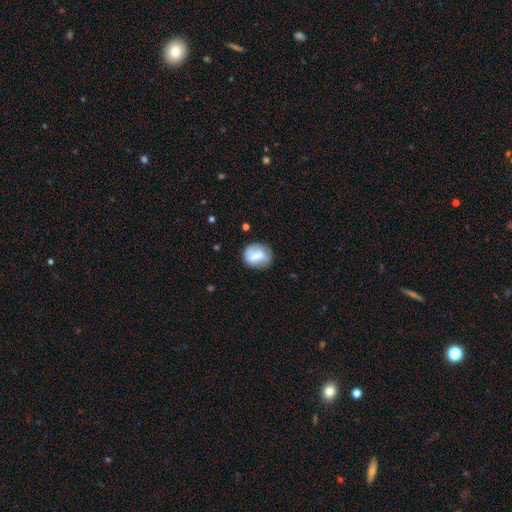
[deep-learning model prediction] Q: Smooth or featured?
A: smooth (63%); runner-up: featured or disk (29%)
Q: How rounded?
A: round (60%); runner-up: in between (38%)
Q: Merging?
A: none (67%); runner-up: minor disturbance (21%)